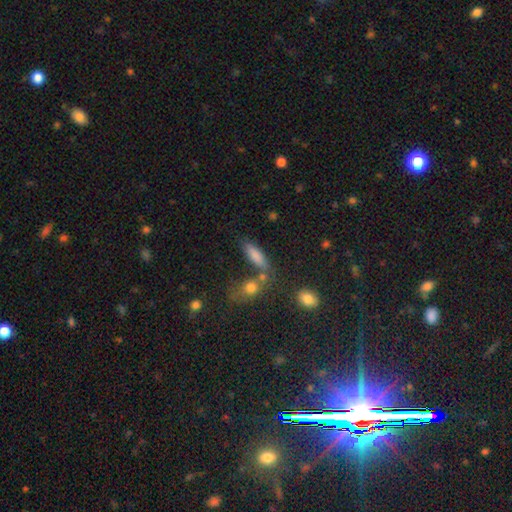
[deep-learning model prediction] Smooth or featured: smooth — 80% (featured or disk — 11%)
How rounded: cigar-shaped — 50% (in between — 45%)
Merging: none — 63% (merger — 17%)